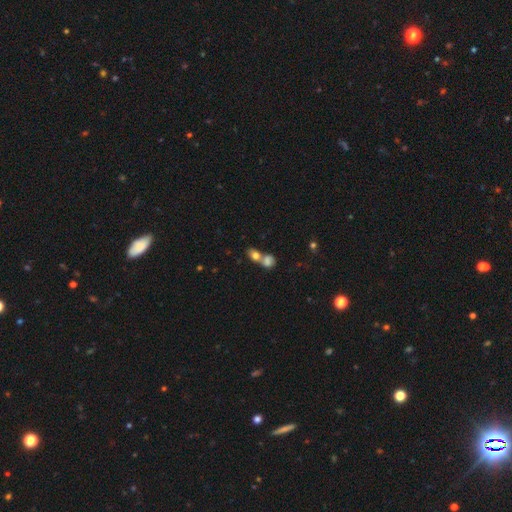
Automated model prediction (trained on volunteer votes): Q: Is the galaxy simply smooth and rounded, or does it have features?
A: smooth — 79%.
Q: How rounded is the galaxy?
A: in between — 60%.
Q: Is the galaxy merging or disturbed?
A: merger — 63%.